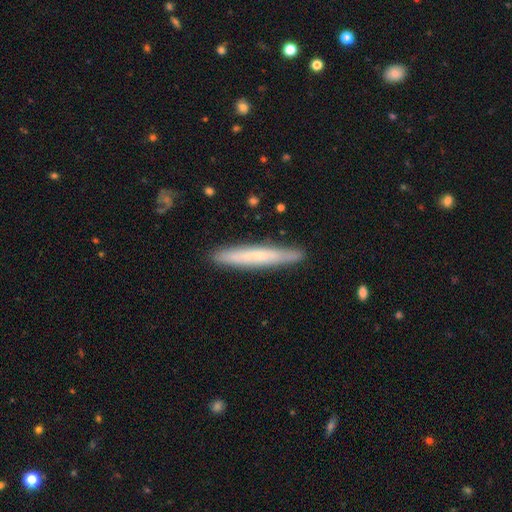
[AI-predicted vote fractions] smooth 56%, featured or disk 38%, star or artifact 6%. Down the decision tree: how rounded — cigar-shaped (96%); merging — none (89%).